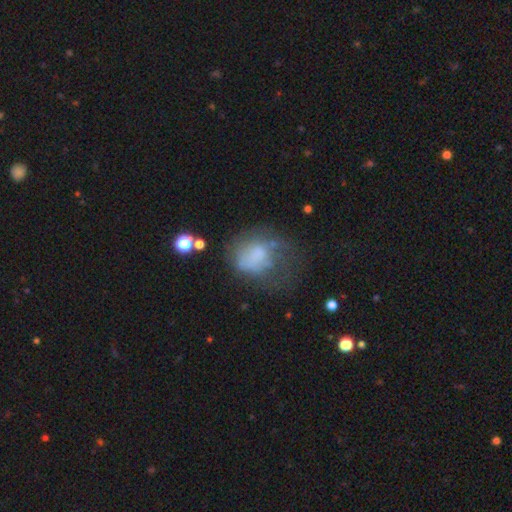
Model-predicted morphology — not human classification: This is possibly a smooth galaxy (53%). How rounded: possibly in between (50%). Merging: marginally major disturbance (41%).